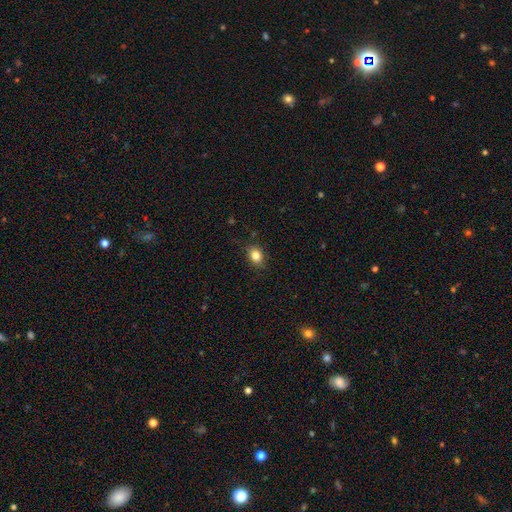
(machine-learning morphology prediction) Overall: smooth (82%). How rounded: in between (52%; round 47%). Merging: none (84%).